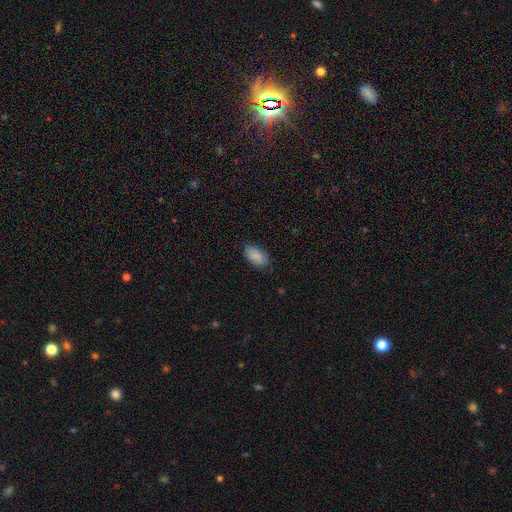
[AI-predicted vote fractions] smooth-or-featured: smooth: 89% | star or artifact: 7% | featured or disk: 4%
  how-rounded: in between: 94% | round: 4% | cigar-shaped: 2%
  merging: none: 84% | minor disturbance: 13% | major disturbance: 3% | merger: 1%